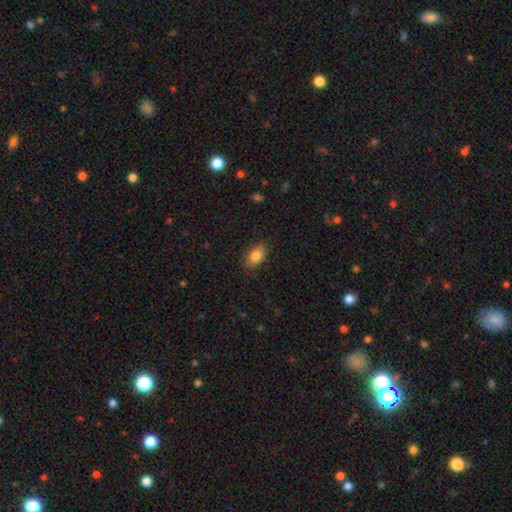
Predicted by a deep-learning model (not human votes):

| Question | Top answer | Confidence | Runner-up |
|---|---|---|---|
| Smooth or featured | smooth | 83% | featured or disk (9%) |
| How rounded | in between | 89% | round (7%) |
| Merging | none | 85% | minor disturbance (11%) |